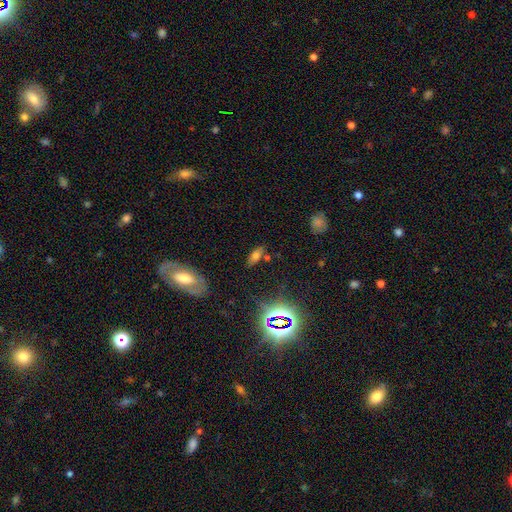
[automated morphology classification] The model was most divided on "smooth or featured": smooth: 60%, star or artifact: 24%, featured or disk: 17%. More confident: how rounded — in between (77%); merging — none (75%).